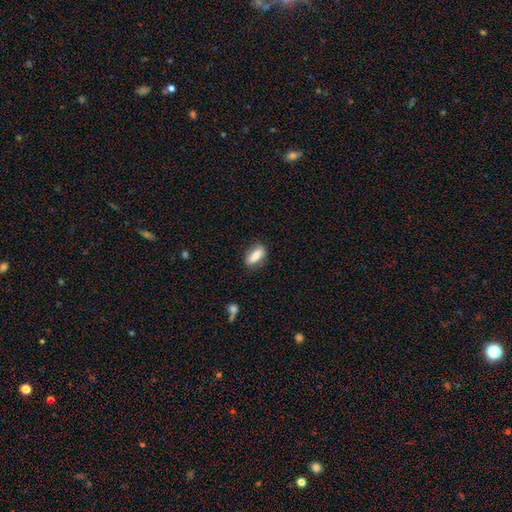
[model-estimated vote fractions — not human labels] smooth 70%, featured or disk 23%, star or artifact 7%. Down the decision tree: how rounded — in between (82%); merging — none (80%).